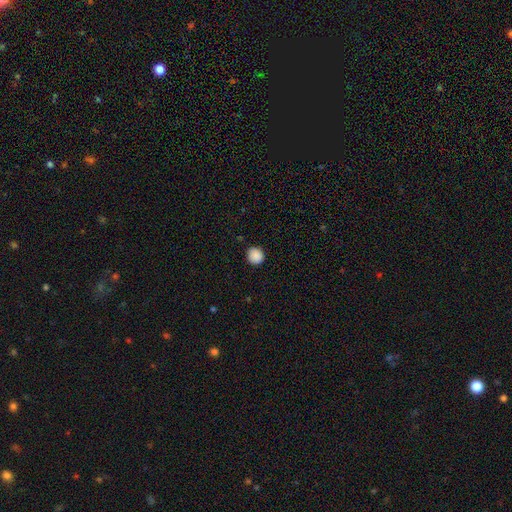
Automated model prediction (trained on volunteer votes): Smooth or featured?
  - smooth: 89% *
  - star or artifact: 9%
  - featured or disk: 3%
How rounded?
  - round: 92% *
  - in between: 7%
  - cigar-shaped: 1%
Merging?
  - none: 90% *
  - minor disturbance: 8%
  - major disturbance: 2%
  - merger: 1%